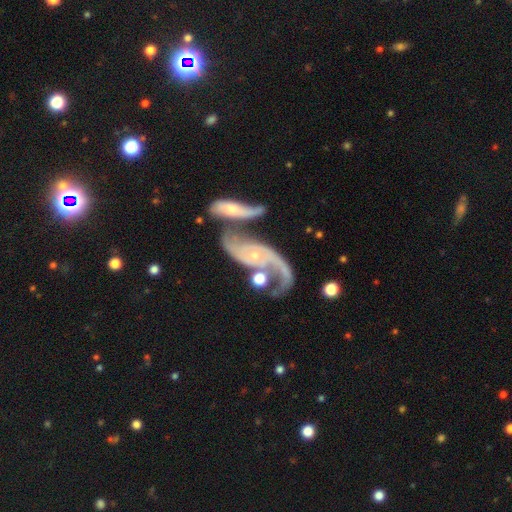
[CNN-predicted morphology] Smooth or featured? featured or disk (86%)
Edge-on disk? no (95%)
Bar? no (69%)
Spiral arms? yes (93%)
Spiral winding? loose (44%)
Spiral arm count? 2 (72%)
Bulge size? small (76%)
Merging? merger (57%)